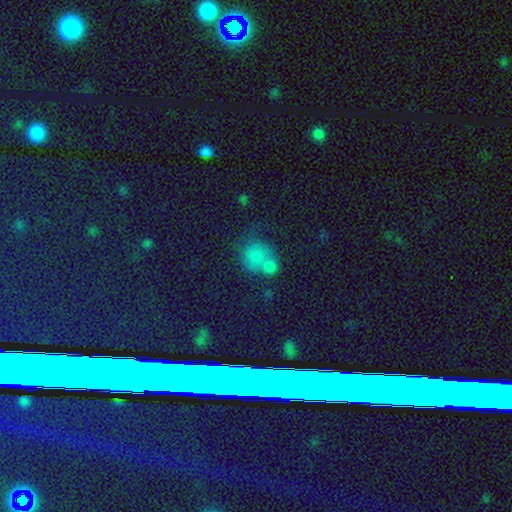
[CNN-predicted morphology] Smooth or featured? Predicted: smooth (p=0.68). How rounded? Predicted: round (p=0.76). Merging? Predicted: merger (p=0.44).